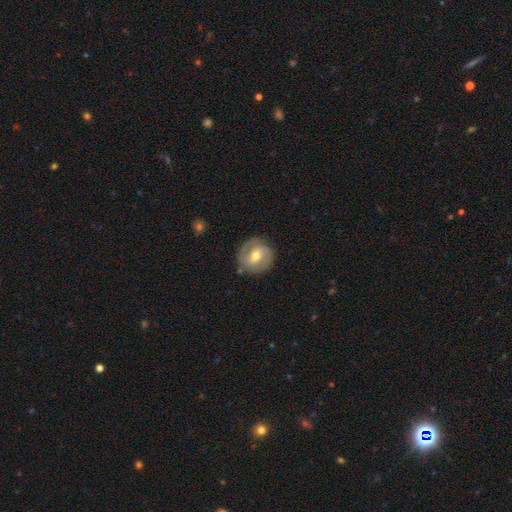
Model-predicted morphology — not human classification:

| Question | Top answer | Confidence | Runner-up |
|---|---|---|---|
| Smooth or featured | featured or disk | 60% | smooth (33%) |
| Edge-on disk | no | 96% | yes (4%) |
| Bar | weak | 50% | no (26%) |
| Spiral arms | yes | 76% | no (24%) |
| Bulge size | moderate | 69% | small (26%) |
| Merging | none | 80% | minor disturbance (14%) |